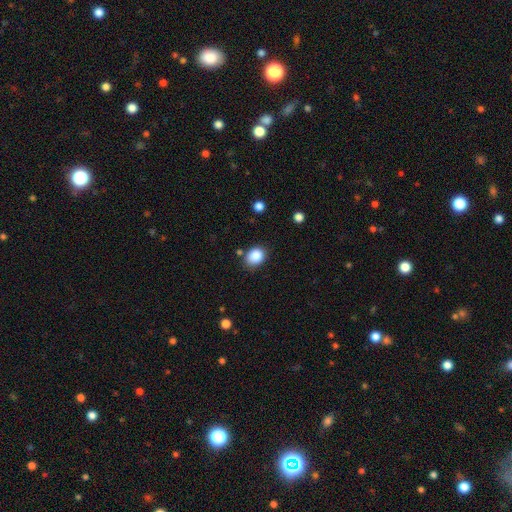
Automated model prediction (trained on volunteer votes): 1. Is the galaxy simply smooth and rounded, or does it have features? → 87% smooth, 9% star or artifact, 4% featured or disk.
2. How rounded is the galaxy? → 50% in between, 49% round, 1% cigar-shaped.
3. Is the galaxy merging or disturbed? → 76% none, 16% minor disturbance, 4% merger, 4% major disturbance.